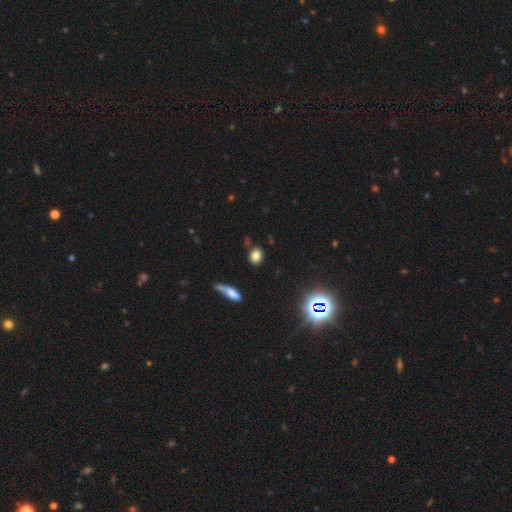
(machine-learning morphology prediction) smooth-or-featured: smooth: 78% | star or artifact: 14% | featured or disk: 8%
  how-rounded: in between: 54% | round: 43% | cigar-shaped: 3%
  merging: none: 76% | minor disturbance: 15% | merger: 5% | major disturbance: 4%